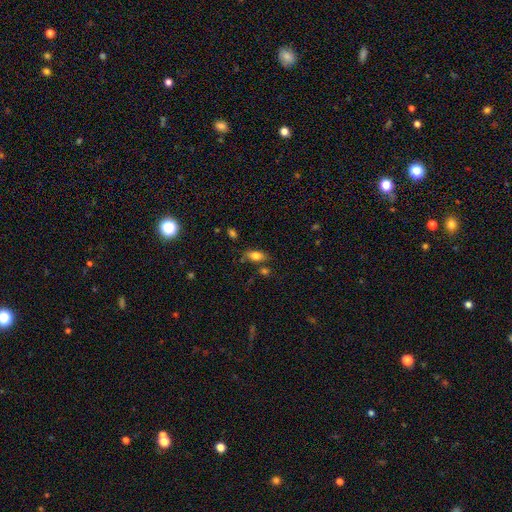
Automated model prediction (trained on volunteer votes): Smooth or featured? Predicted: smooth (p=0.78). How rounded? Predicted: in between (p=0.86). Merging? Predicted: none (p=0.72).